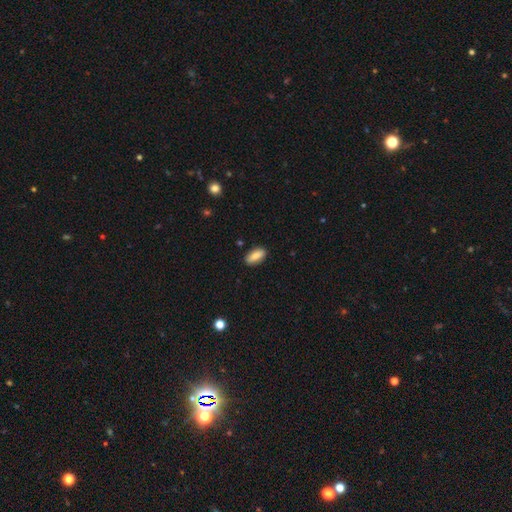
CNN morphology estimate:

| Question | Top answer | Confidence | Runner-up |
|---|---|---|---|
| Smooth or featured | smooth | 84% | featured or disk (9%) |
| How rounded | in between | 86% | cigar-shaped (11%) |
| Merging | none | 87% | minor disturbance (10%) |